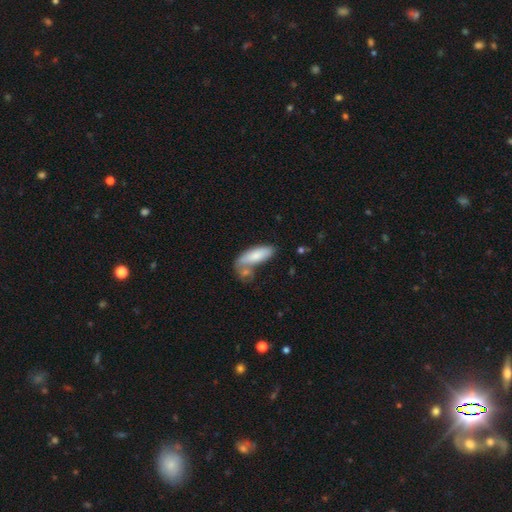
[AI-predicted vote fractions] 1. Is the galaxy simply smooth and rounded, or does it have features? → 80% smooth, 14% featured or disk, 6% star or artifact.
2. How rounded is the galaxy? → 65% in between, 33% cigar-shaped, 2% round.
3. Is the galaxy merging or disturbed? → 44% none, 30% merger, 18% minor disturbance, 8% major disturbance.